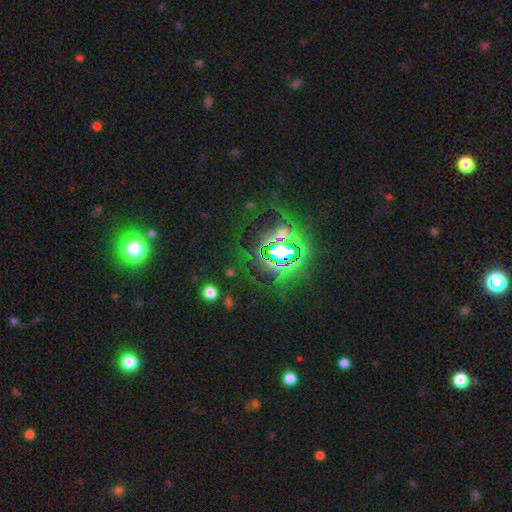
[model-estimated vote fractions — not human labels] Smooth or featured: star or artifact — 84% (smooth — 10%)